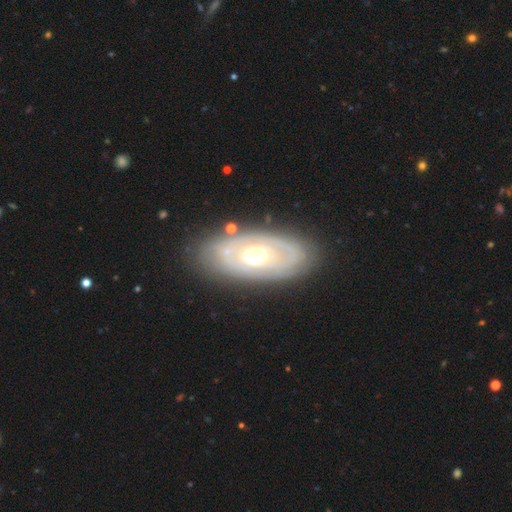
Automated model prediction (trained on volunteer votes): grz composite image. It shows a featured or disk galaxy (73%) with no bar (77%), no spiral arms (52%) and a moderate central bulge (71%). Merging: none (80%).